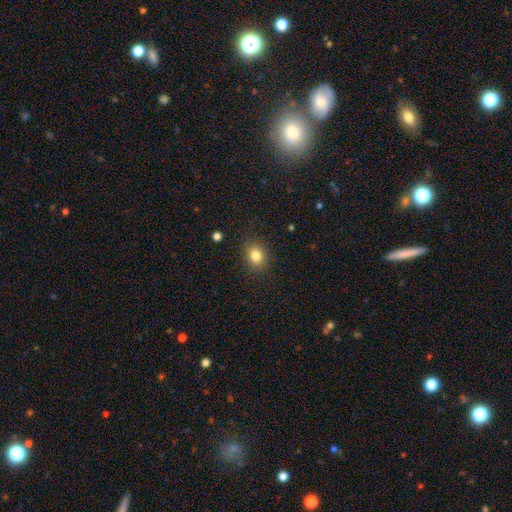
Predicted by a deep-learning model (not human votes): smooth_or_featured: smooth (p=0.83) [alt: star or artifact p=0.11]
how_rounded: round (p=0.50) [alt: in between p=0.49]
merging: none (p=0.86) [alt: minor disturbance p=0.10]